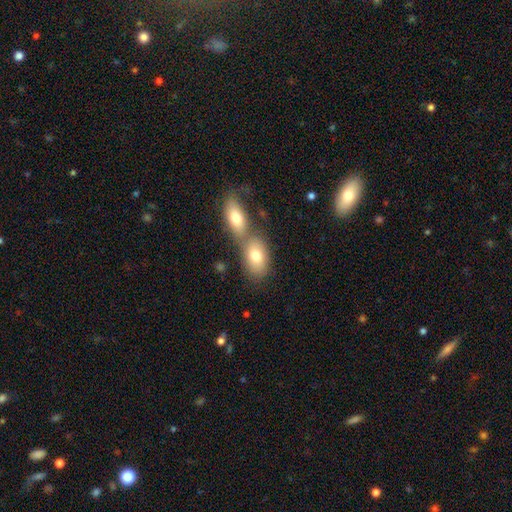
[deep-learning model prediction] This appears to be a smooth galaxy with no disk features (77%) that is in between round and cigar-shaped (88%). Merging: merger (49%).